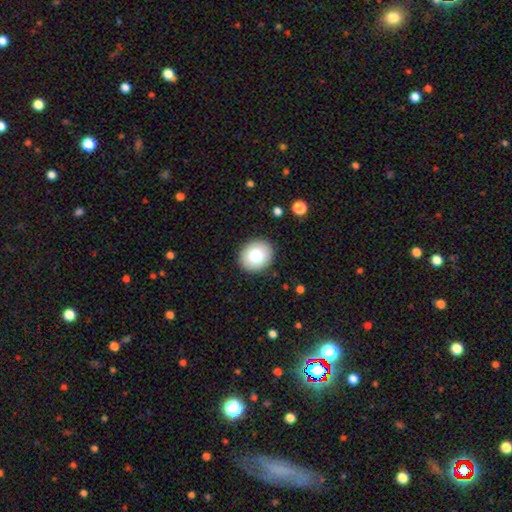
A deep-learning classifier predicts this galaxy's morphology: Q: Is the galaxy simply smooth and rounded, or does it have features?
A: smooth — 79%.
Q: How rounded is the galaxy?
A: round — 71%.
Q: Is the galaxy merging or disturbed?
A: none — 90%.